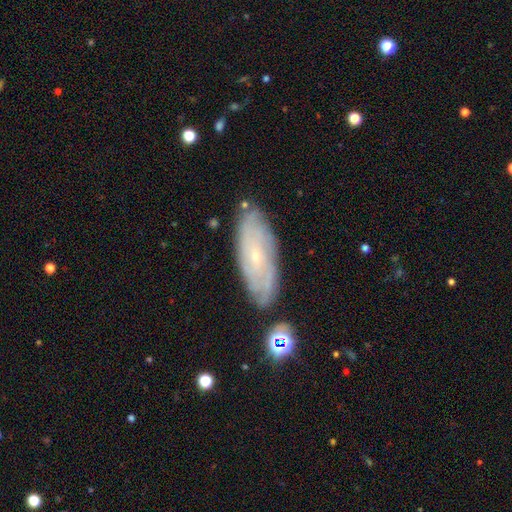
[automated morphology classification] smooth-or-featured: featured or disk: 65% | smooth: 26% | star or artifact: 9%
  disk-edge-on: no: 85% | yes: 15%
    bar: no: 74% | weak: 22% | strong: 4%
    has-spiral-arms: yes: 84% | no: 16%
    bulge-size: small: 82% | moderate: 14% | none: 2% | large: 1% | dominant: 1%
  merging: none: 81% | minor disturbance: 14% | major disturbance: 3% | merger: 3%